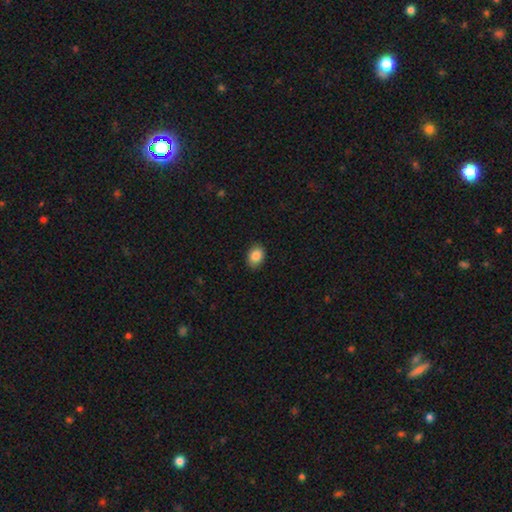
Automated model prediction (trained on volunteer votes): smooth_or_featured: smooth (p=0.87) [alt: star or artifact p=0.08]
how_rounded: in between (p=0.70) [alt: round p=0.29]
merging: none (p=0.88) [alt: minor disturbance p=0.09]